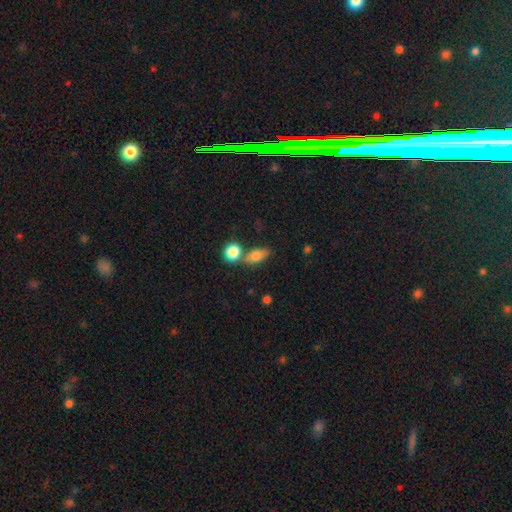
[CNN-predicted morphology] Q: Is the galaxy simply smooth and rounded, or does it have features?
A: smooth — 75%.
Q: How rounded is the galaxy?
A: in between — 73%.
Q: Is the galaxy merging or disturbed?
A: none — 53%.